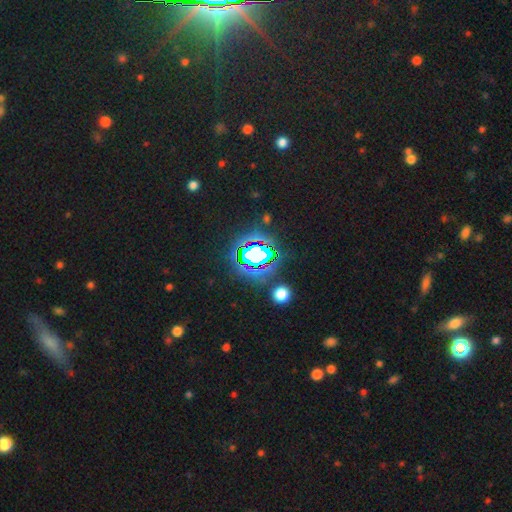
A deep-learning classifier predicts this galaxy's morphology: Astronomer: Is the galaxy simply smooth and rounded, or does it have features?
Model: star or artifact — 68%.